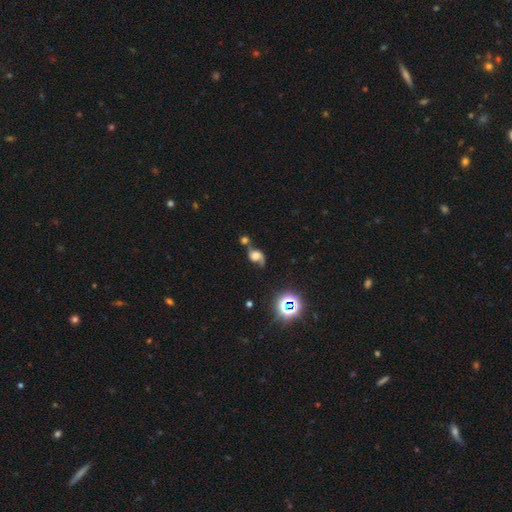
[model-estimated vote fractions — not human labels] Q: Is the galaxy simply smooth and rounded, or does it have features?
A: featured or disk — 46%.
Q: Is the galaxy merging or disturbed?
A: none — 31%.